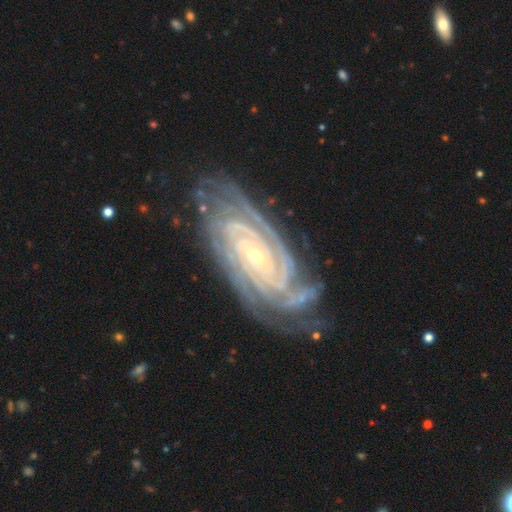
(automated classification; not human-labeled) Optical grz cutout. It shows a featured or disk galaxy (92%) with no bar (62%), 4 (31%) tight (83%) spiral arms (99%) and a small central bulge (78%). Merging: none (76%).